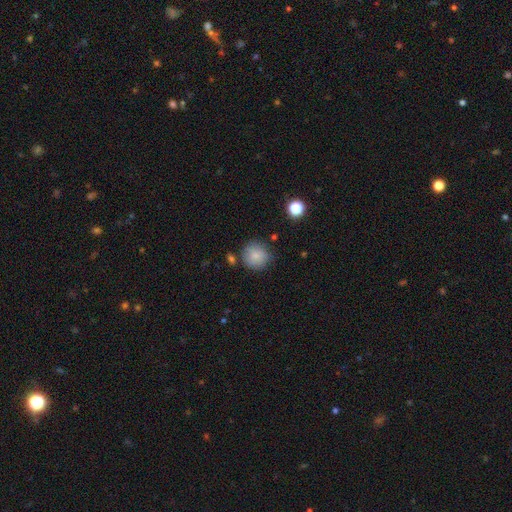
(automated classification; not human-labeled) Q: Smooth or featured?
A: smooth (83%); runner-up: star or artifact (9%)
Q: How rounded?
A: round (92%); runner-up: in between (7%)
Q: Merging?
A: none (77%); runner-up: minor disturbance (15%)